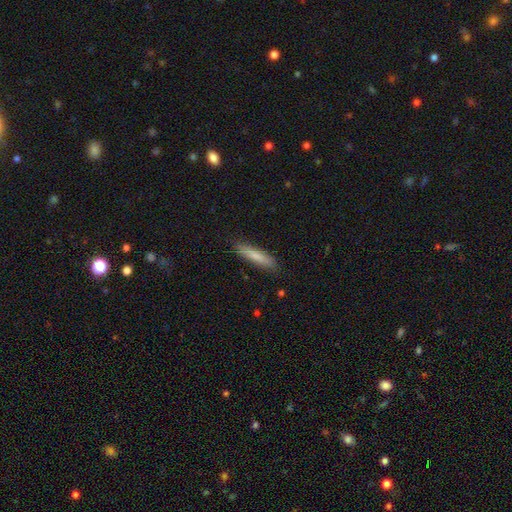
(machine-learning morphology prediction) type=smooth (79%); roundness=cigar-shaped (87%); merging=none (87%).